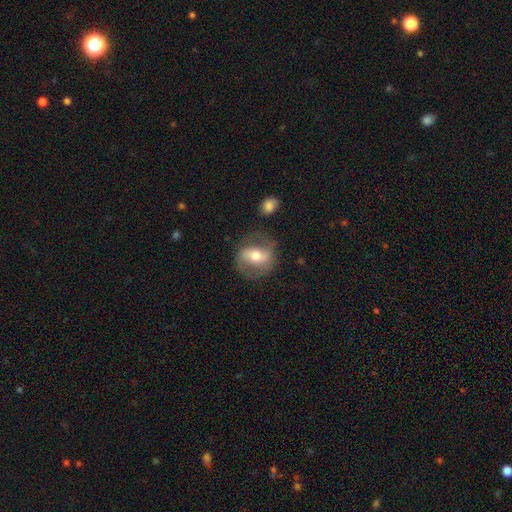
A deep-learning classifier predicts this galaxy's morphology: Smooth or featured? featured or disk (54%)
Edge-on disk? no (93%)
Bar? strong (38%)
Spiral arms? yes (61%)
Bulge size? moderate (70%)
Merging? none (68%)